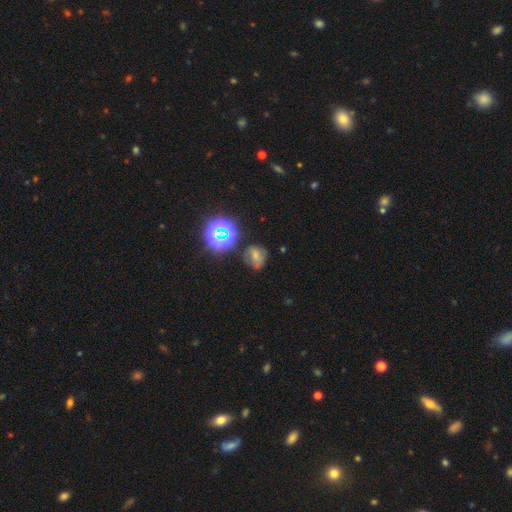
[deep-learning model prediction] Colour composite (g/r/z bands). It shows a smooth galaxy with no disk features (56%) that is round (60%). Merging: none (59%).